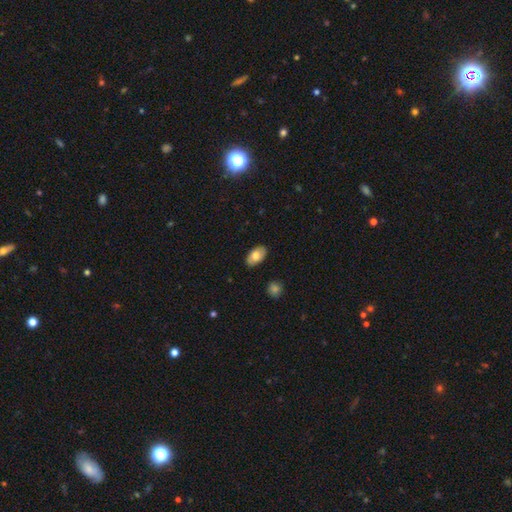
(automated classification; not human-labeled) Smooth or featured?
  - smooth: 74% *
  - featured or disk: 19%
  - star or artifact: 7%
How rounded?
  - in between: 94% *
  - round: 5%
  - cigar-shaped: 2%
Merging?
  - none: 87% *
  - minor disturbance: 10%
  - major disturbance: 2%
  - merger: 1%